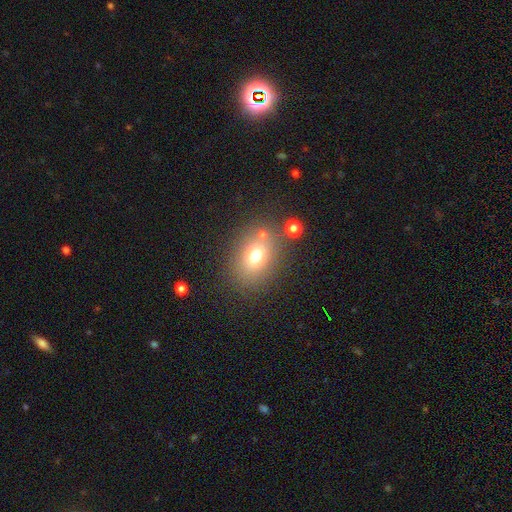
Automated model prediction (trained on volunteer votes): Morphology: type=smooth (71%); roundness=in between (61%); merging=none (74%).